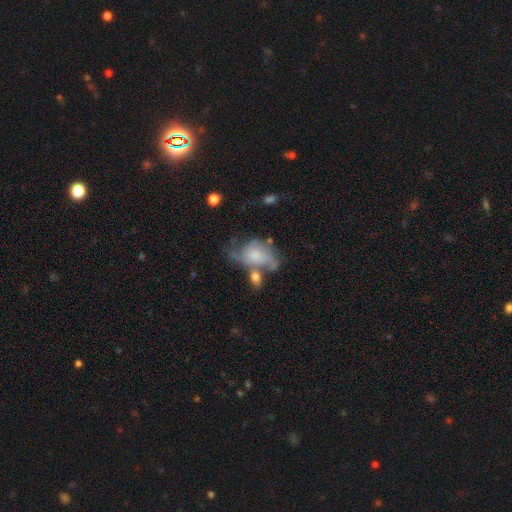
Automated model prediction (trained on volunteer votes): This appears to be a featured or disk galaxy (59%) with no bar (76%), spiral arms (74%) and a moderate central bulge (30%). Merging: major disturbance (32%).